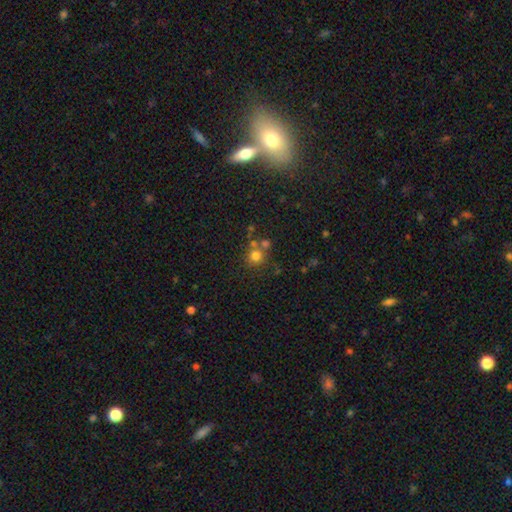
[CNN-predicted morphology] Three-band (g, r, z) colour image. It shows a smooth galaxy with no disk features (74%) that is round (89%). Merging: none (59%).